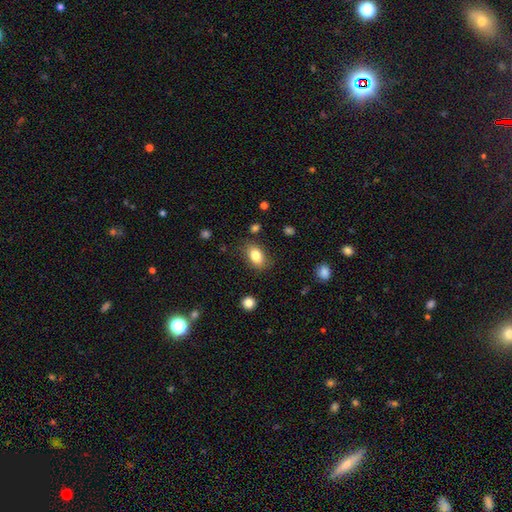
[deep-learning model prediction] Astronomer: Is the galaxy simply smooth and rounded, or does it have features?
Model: smooth — 82%.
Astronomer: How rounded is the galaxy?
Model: in between — 85%.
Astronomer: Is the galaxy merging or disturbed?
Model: none — 81%.